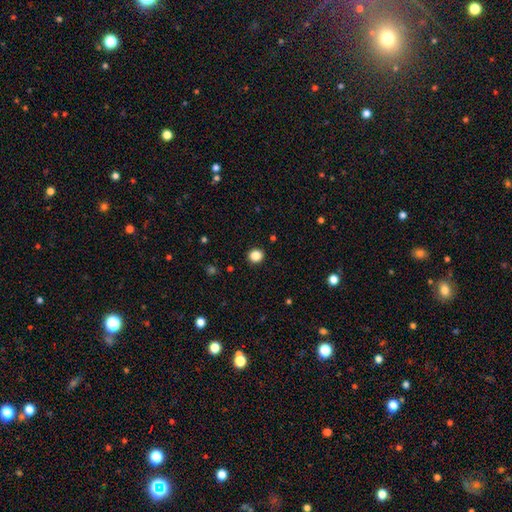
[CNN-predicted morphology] Smooth or featured? Predicted: smooth (p=0.86). How rounded? Predicted: round (p=0.84). Merging? Predicted: none (p=0.92).